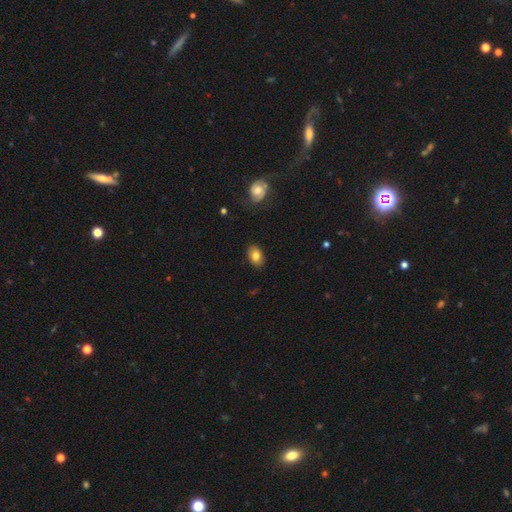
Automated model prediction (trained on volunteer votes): A smooth galaxy with no disk features (79%) that is in between round and cigar-shaped (82%). Merging: none (86%).